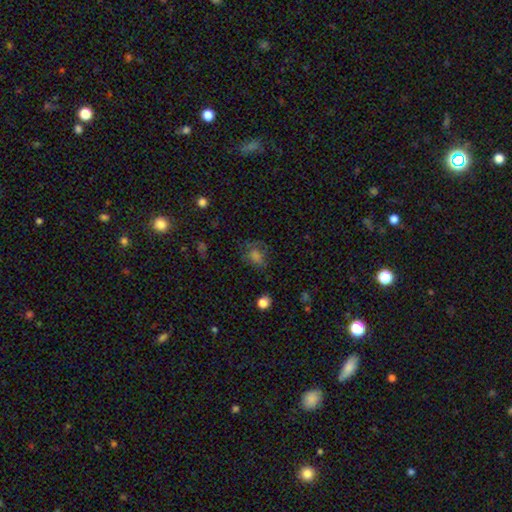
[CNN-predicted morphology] Smooth or featured? smooth (56%)
How rounded? in between (58%)
Merging? none (60%)